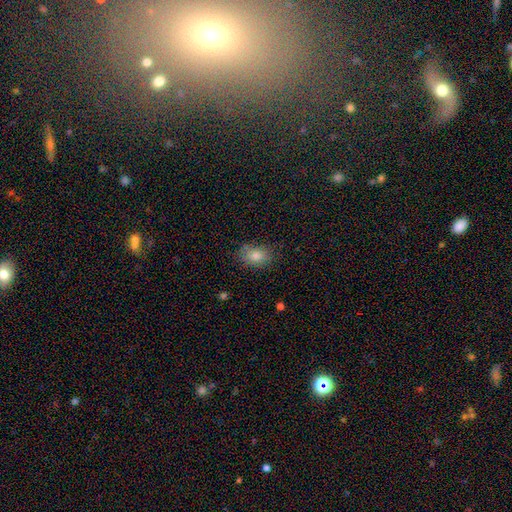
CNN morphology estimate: Q: Smooth or featured?
A: smooth (80%); runner-up: star or artifact (11%)
Q: How rounded?
A: in between (78%); runner-up: round (20%)
Q: Merging?
A: none (80%); runner-up: minor disturbance (15%)